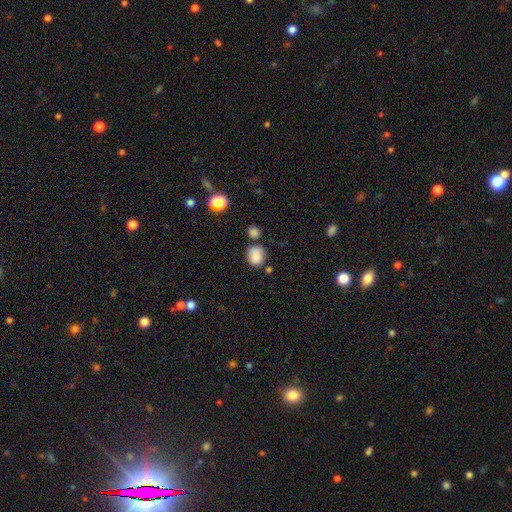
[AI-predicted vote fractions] Q: Smooth or featured?
A: smooth (85%); runner-up: star or artifact (10%)
Q: How rounded?
A: round (59%); runner-up: in between (40%)
Q: Merging?
A: none (59%); runner-up: minor disturbance (20%)